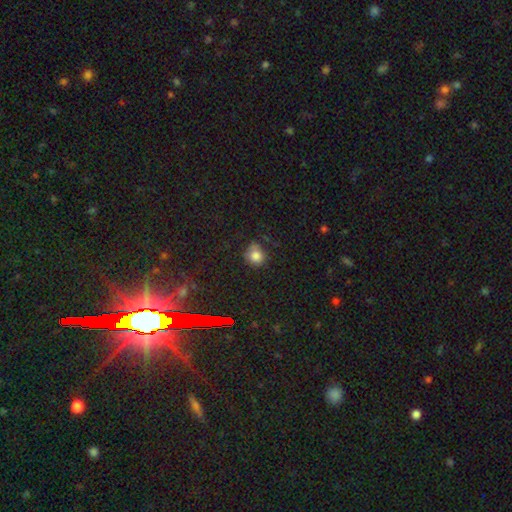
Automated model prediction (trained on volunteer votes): This appears to be a smooth galaxy with no disk features (79%) that is round (80%). Merging: none (62%).